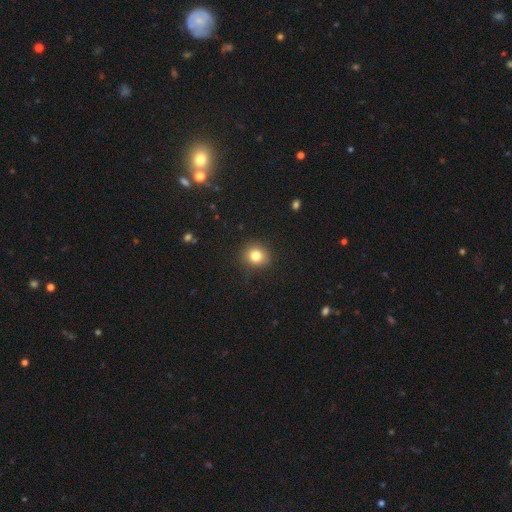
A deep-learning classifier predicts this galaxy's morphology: This appears to be a smooth galaxy with no disk features (81%) that is round (80%). Merging: none (89%).